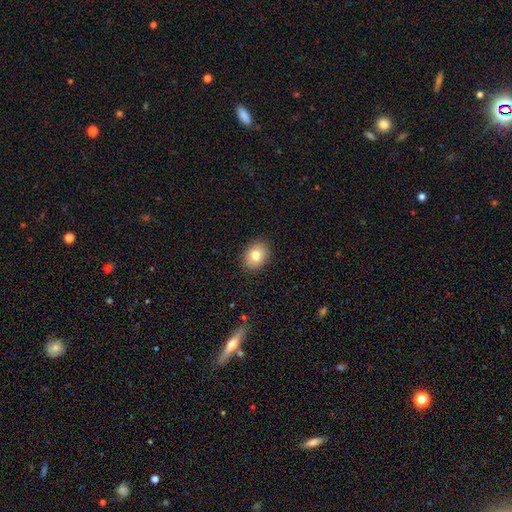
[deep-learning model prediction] Morphology: type=smooth (79%); roundness=in between (57%); merging=none (90%).